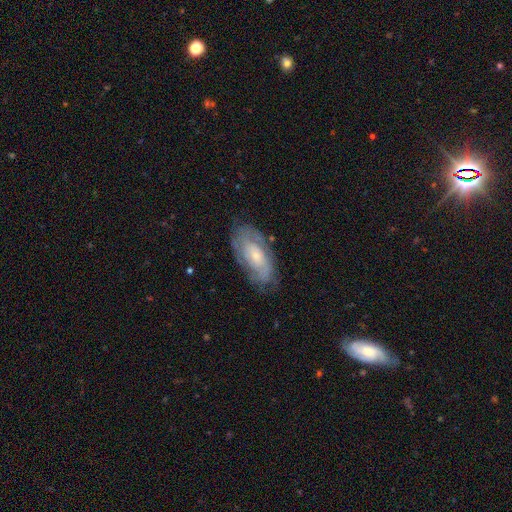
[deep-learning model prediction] A featured or disk galaxy (62%) with no bar (75%), spiral arms (73%) and a small central bulge (62%).

Vote fractions:
- Smooth or featured? featured or disk: 62% / smooth: 31% / star or artifact: 7%
- Edge-on disk? no: 92% / yes: 8%
- Bar? no: 75% / weak: 21% / strong: 4%
- Spiral arms? yes: 73% / no: 27%
- Bulge size? small: 62% / moderate: 31% / large: 3% / none: 3% / dominant: 1%
- Merging? none: 70% / minor disturbance: 21% / major disturbance: 7% / merger: 2%